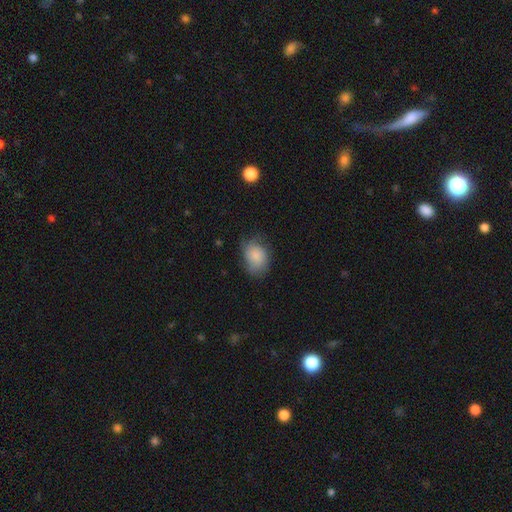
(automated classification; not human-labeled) smooth-or-featured: smooth: 77% | featured or disk: 15% | star or artifact: 8%
  how-rounded: in between: 63% | round: 36% | cigar-shaped: 1%
  merging: none: 57% | minor disturbance: 31% | major disturbance: 11% | merger: 2%